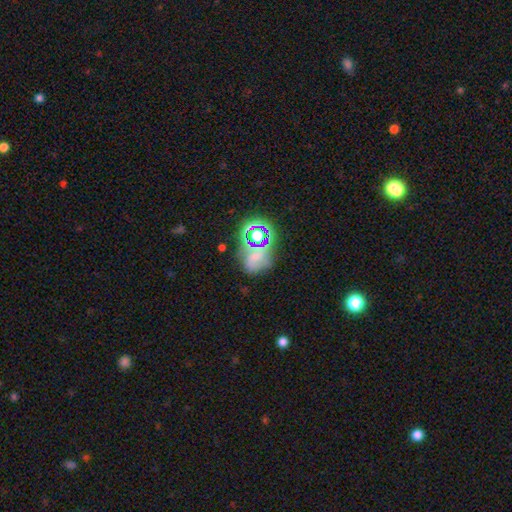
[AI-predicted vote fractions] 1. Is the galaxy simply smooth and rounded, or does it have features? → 37% smooth, 32% featured or disk, 32% star or artifact.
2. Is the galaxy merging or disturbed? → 53% none, 20% minor disturbance, 13% major disturbance, 13% merger.